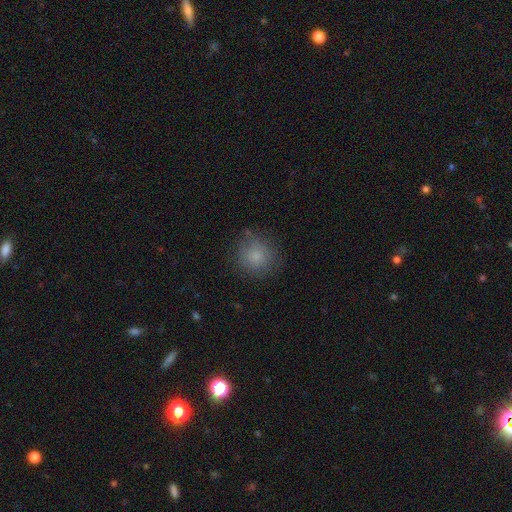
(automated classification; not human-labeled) smooth-or-featured: smooth: 81% | star or artifact: 10% | featured or disk: 8%
  how-rounded: round: 90% | in between: 9% | cigar-shaped: 1%
  merging: none: 79% | minor disturbance: 15% | major disturbance: 5% | merger: 1%